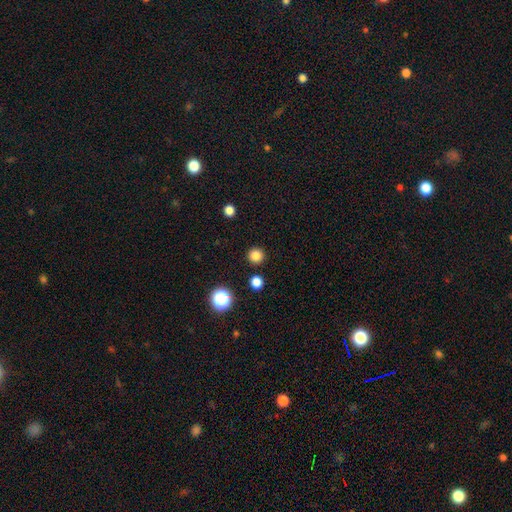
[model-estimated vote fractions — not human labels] Overall: smooth (82%). How rounded: round (95%). Merging: none (91%).